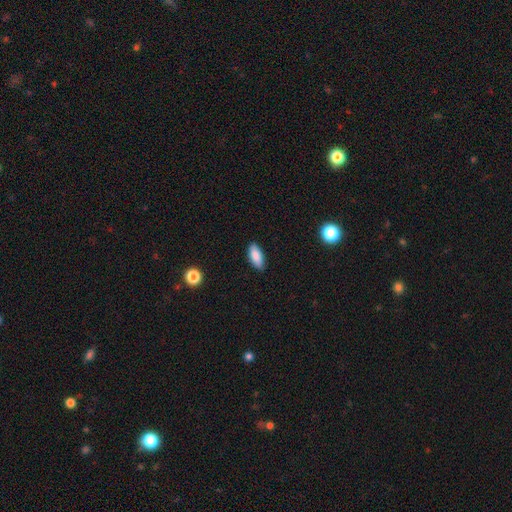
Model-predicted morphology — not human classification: A smooth galaxy with no disk features (85%) that is in between round and cigar-shaped (84%). Merging: none (85%).